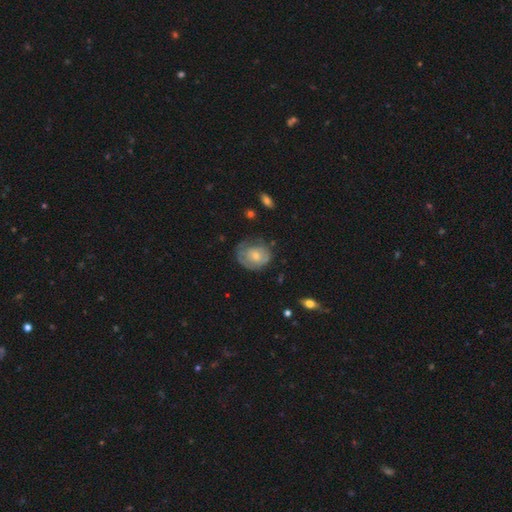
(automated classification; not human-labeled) smooth-or-featured: featured or disk: 48% | smooth: 45% | star or artifact: 7%
  merging: none: 52% | minor disturbance: 29% | major disturbance: 17% | merger: 2%